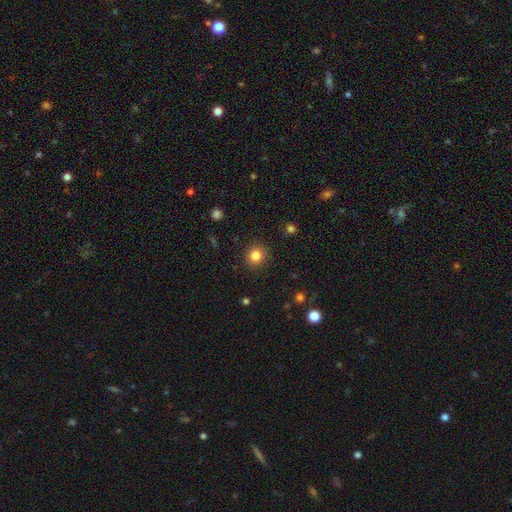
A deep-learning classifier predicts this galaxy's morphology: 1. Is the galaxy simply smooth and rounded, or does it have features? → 83% smooth, 12% star or artifact, 6% featured or disk.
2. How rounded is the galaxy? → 89% round, 10% in between, 1% cigar-shaped.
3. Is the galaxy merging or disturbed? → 90% none, 6% minor disturbance, 2% major disturbance, 1% merger.